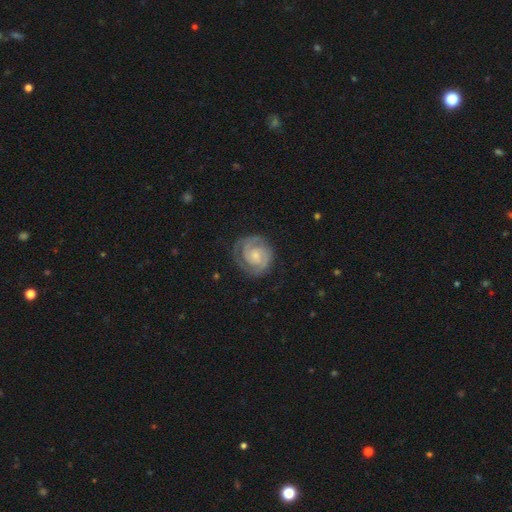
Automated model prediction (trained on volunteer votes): A featured or disk galaxy (87%) with no bar (61%), 2 (75%) tight (70%) spiral arms (97%) and a small central bulge (56%). Merging: none (78%).